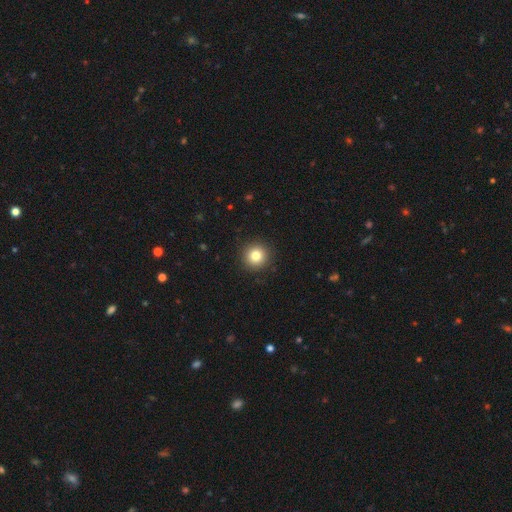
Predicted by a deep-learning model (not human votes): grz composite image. It shows a smooth galaxy with no disk features (81%) that is round (95%). Merging: none (92%).